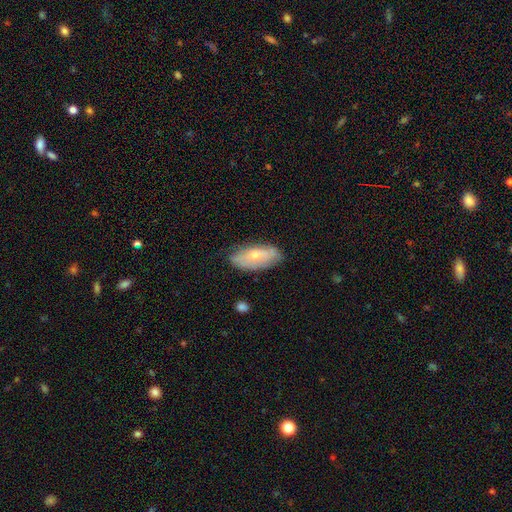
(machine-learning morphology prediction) Smooth or featured? Predicted: smooth (p=0.53). How rounded? Predicted: in between (p=0.87). Merging? Predicted: none (p=0.70).